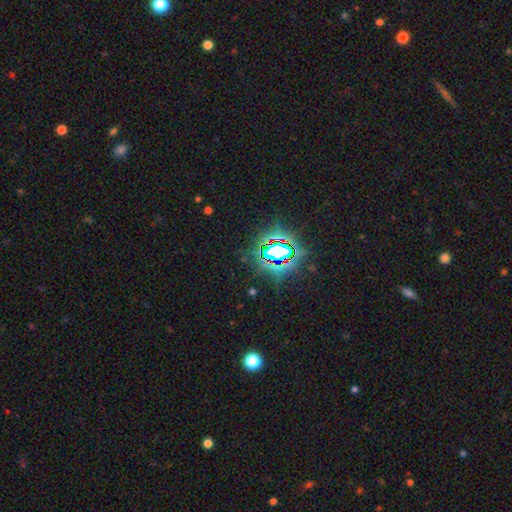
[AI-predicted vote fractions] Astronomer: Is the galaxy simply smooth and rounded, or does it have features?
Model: star or artifact — 84%.